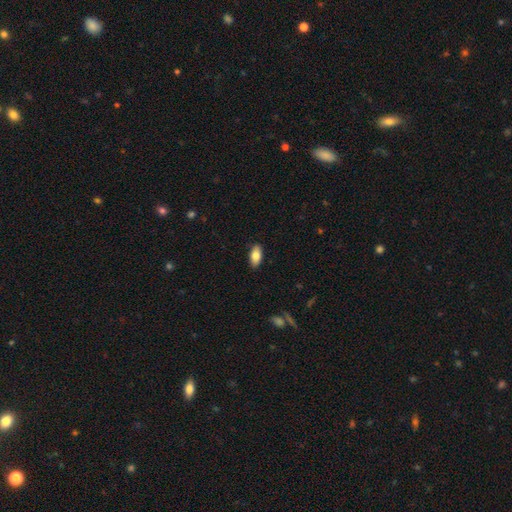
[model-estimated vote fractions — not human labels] Smooth or featured?
  - smooth: 79% *
  - featured or disk: 14%
  - star or artifact: 7%
How rounded?
  - in between: 89% *
  - cigar-shaped: 9%
  - round: 3%
Merging?
  - none: 88% *
  - minor disturbance: 9%
  - major disturbance: 2%
  - merger: 1%